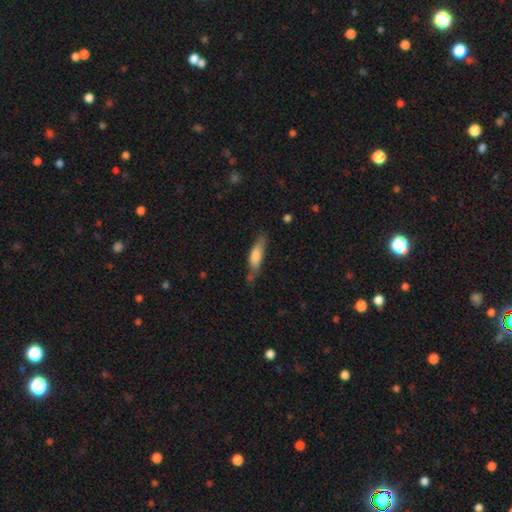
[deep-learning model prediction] A smooth galaxy with no disk features (72%) that is cigar-shaped (64%). Merging: none (62%).